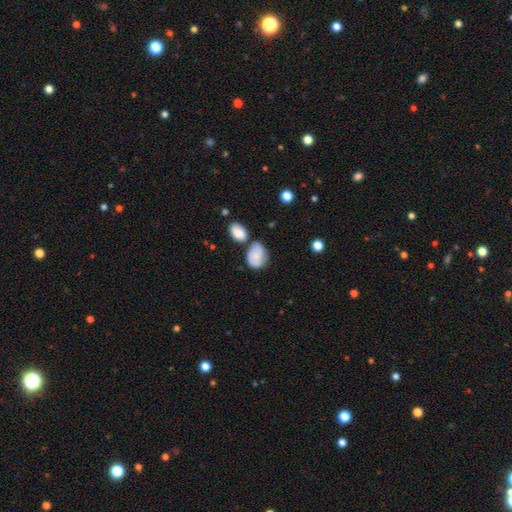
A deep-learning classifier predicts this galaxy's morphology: The model was most divided on "merging": none: 43%, minor disturbance: 26%, merger: 22%, major disturbance: 9%. More confident: how rounded — in between (78%); smooth or featured — smooth (74%).